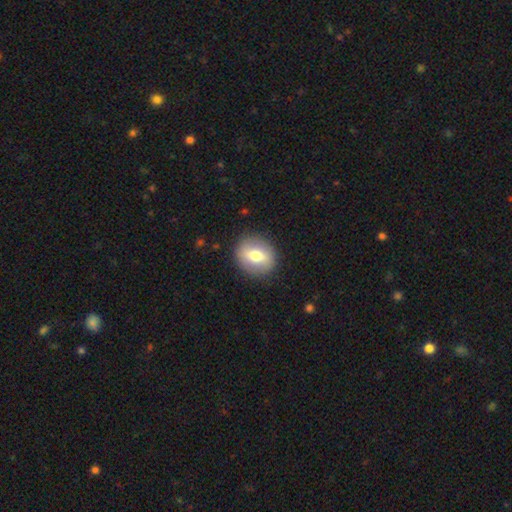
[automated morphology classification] smooth 63%, featured or disk 30%, star or artifact 7%. Down the decision tree: how rounded — round (69%); merging — none (88%).